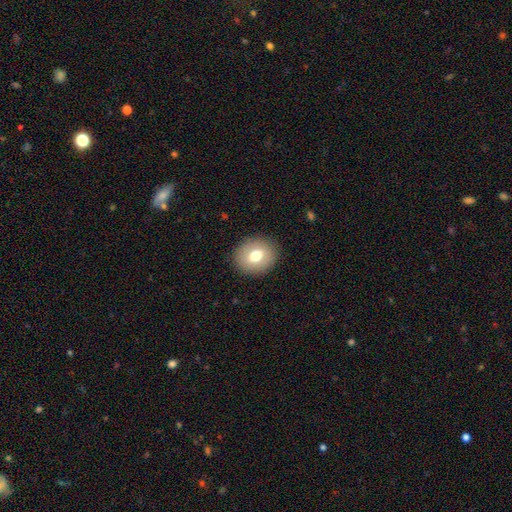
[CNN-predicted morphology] Smooth or featured? Predicted: smooth (p=0.71). How rounded? Predicted: round (p=0.73). Merging? Predicted: none (p=0.90).